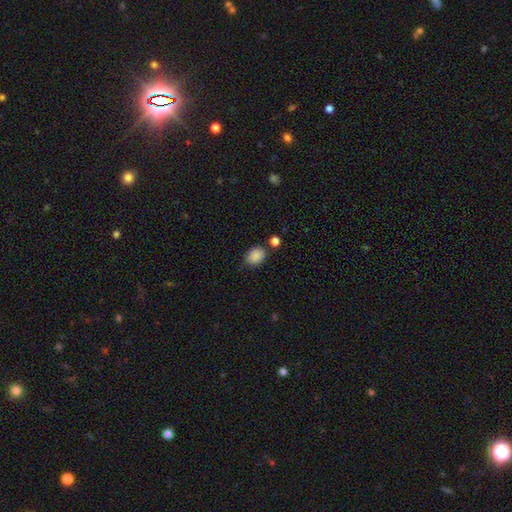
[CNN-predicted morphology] Smooth or featured? smooth (87%)
How rounded? in between (63%)
Merging? none (72%)